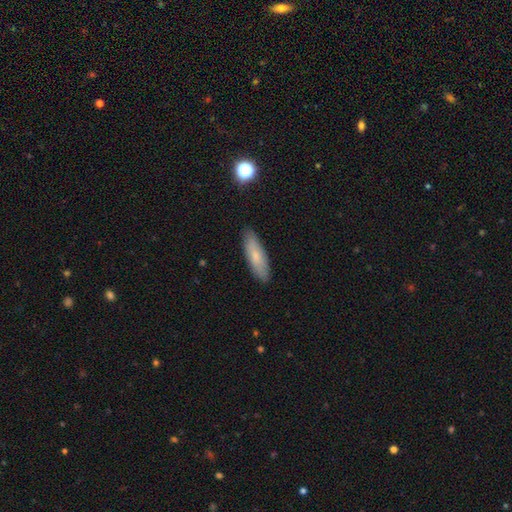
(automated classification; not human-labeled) smooth-or-featured: smooth: 72% | featured or disk: 21% | star or artifact: 7%
  how-rounded: cigar-shaped: 53% | in between: 45% | round: 2%
  merging: none: 86% | minor disturbance: 11% | major disturbance: 2% | merger: 1%